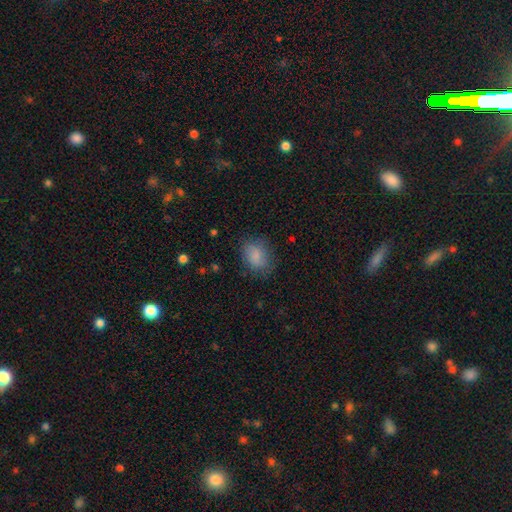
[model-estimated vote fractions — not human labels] smooth 84%, star or artifact 9%, featured or disk 7%. Down the decision tree: how rounded — in between (68%); merging — none (77%).